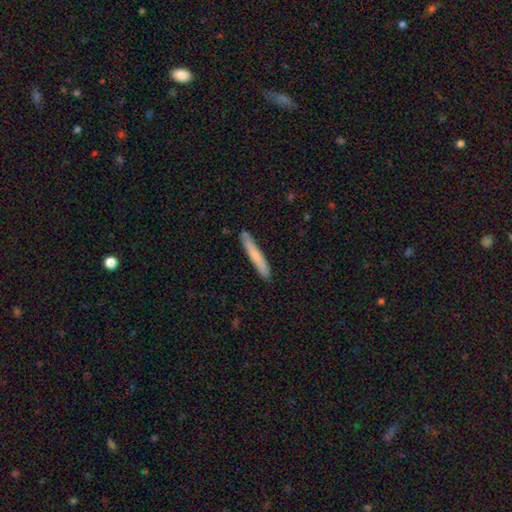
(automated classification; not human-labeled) This is likely a smooth galaxy (72%). How rounded: clearly cigar-shaped (95%). Merging: clearly none (88%).